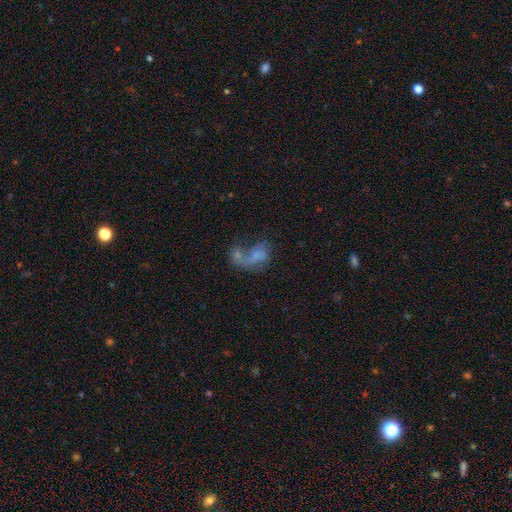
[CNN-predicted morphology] smooth-or-featured: featured or disk: 55% | smooth: 33% | star or artifact: 12%
  disk-edge-on: no: 97% | yes: 3%
    bar: no: 71% | weak: 23% | strong: 5%
    has-spiral-arms: yes: 59% | no: 41%
    bulge-size: small: 44% | none: 32% | moderate: 19% | large: 3% | dominant: 2%
  merging: merger: 57% | major disturbance: 18% | none: 16% | minor disturbance: 9%